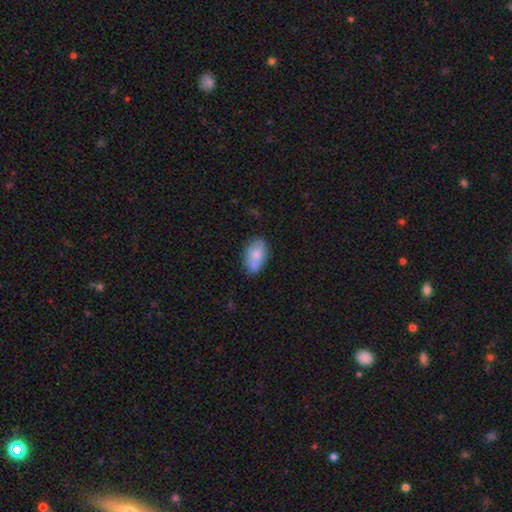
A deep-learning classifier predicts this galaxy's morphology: Overall: smooth (73%). How rounded: in between (92%). Merging: none (65%).